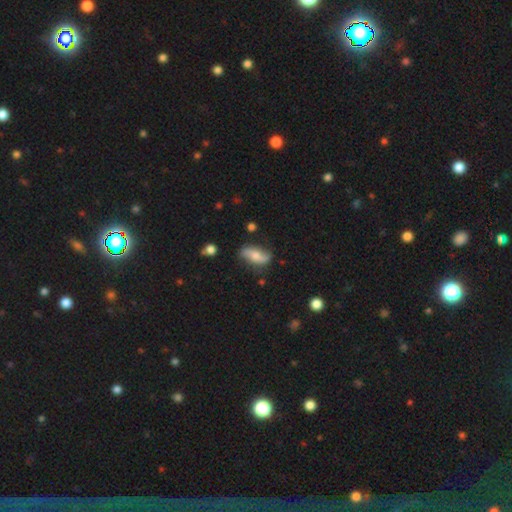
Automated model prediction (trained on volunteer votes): This is possibly a featured or disk galaxy (55%). It is clearly not viewed edge-on (83%). Merging: likely none (73%).